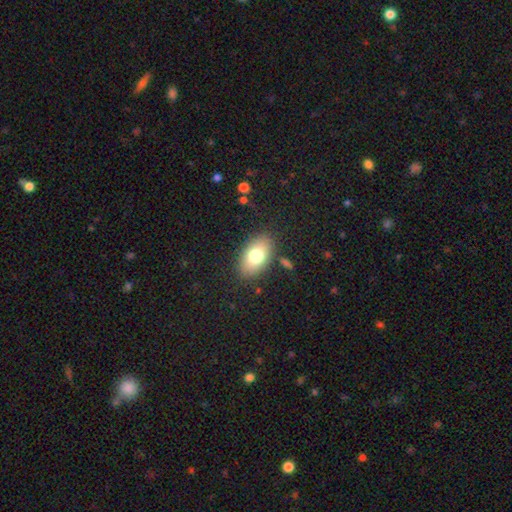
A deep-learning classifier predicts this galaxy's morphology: Smooth or featured?
  - smooth: 75% *
  - featured or disk: 16%
  - star or artifact: 8%
How rounded?
  - in between: 90% *
  - round: 8%
  - cigar-shaped: 2%
Merging?
  - none: 84% *
  - minor disturbance: 10%
  - major disturbance: 3%
  - merger: 3%